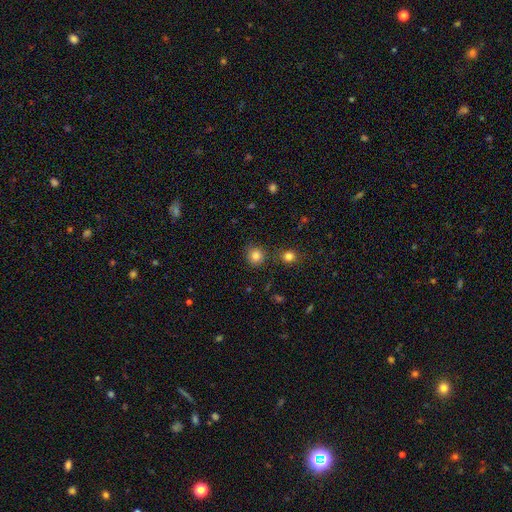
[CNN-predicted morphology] Smooth or featured? smooth (82%)
How rounded? round (90%)
Merging? none (82%)